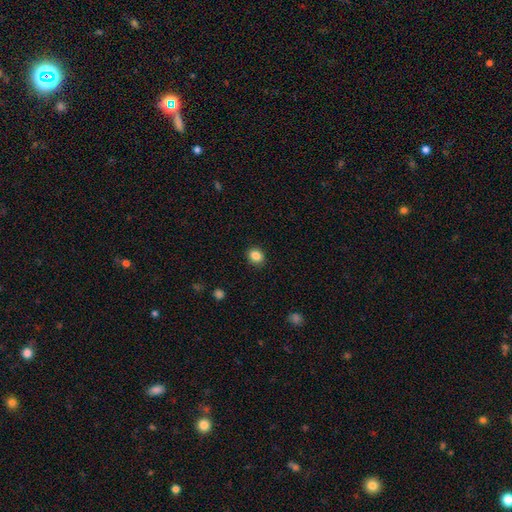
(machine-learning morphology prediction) Q: Smooth or featured?
A: smooth (85%); runner-up: star or artifact (10%)
Q: How rounded?
A: round (64%); runner-up: in between (35%)
Q: Merging?
A: none (90%); runner-up: minor disturbance (7%)